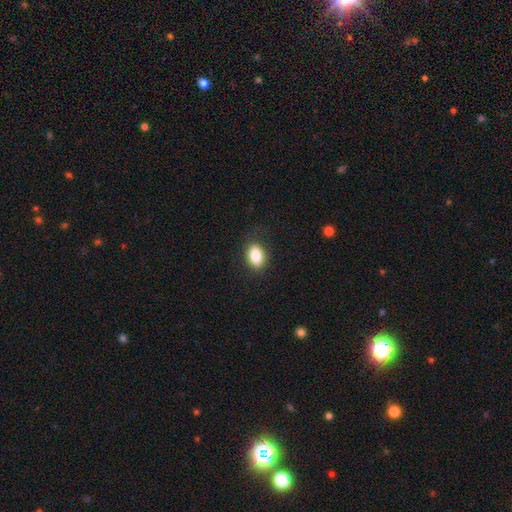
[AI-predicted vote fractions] Q: Smooth or featured?
A: smooth (86%); runner-up: star or artifact (8%)
Q: How rounded?
A: in between (85%); runner-up: round (14%)
Q: Merging?
A: none (83%); runner-up: minor disturbance (13%)